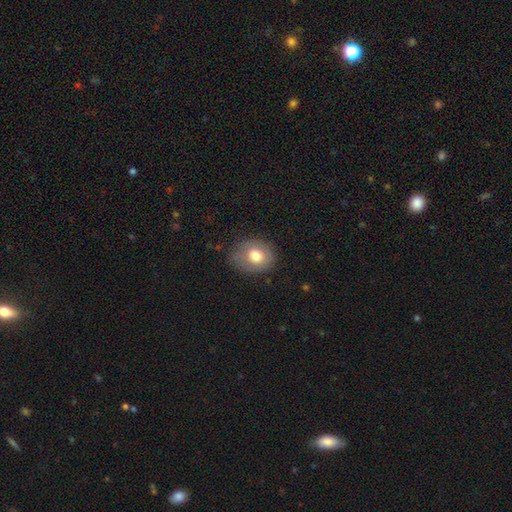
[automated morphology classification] This appears to be a smooth galaxy with no disk features (70%) that is round (54%). Merging: none (72%).